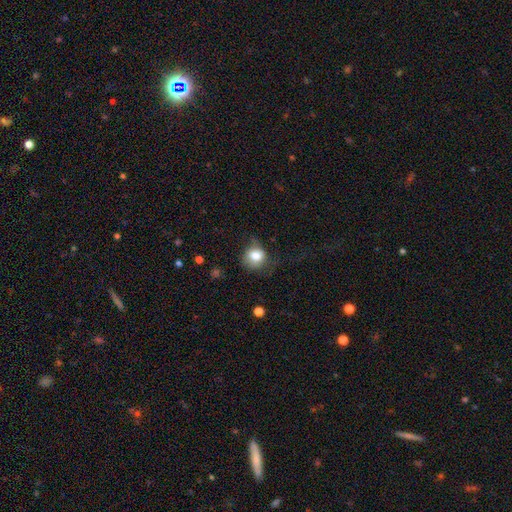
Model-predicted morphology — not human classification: smooth_or_featured: smooth (p=0.79) [alt: featured or disk p=0.12]
how_rounded: round (p=0.76) [alt: in between p=0.23]
merging: none (p=0.53) [alt: minor disturbance p=0.28]